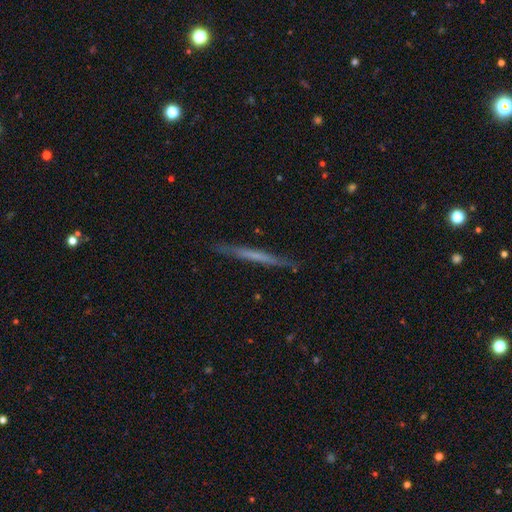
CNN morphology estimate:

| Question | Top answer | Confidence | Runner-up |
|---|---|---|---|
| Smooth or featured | featured or disk | 48% | smooth (46%) |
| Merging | none | 89% | minor disturbance (9%) |